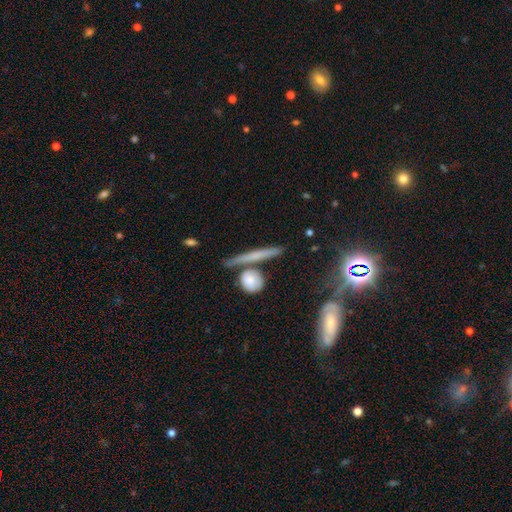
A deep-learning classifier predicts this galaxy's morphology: This is marginally a smooth galaxy (44%). Merging: likely none (68%).